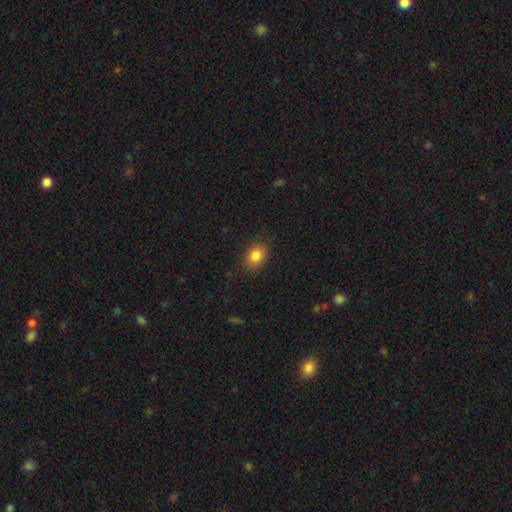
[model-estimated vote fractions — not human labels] smooth_or_featured: smooth (p=0.84) [alt: star or artifact p=0.10]
how_rounded: in between (p=0.62) [alt: round p=0.37]
merging: none (p=0.86) [alt: minor disturbance p=0.11]